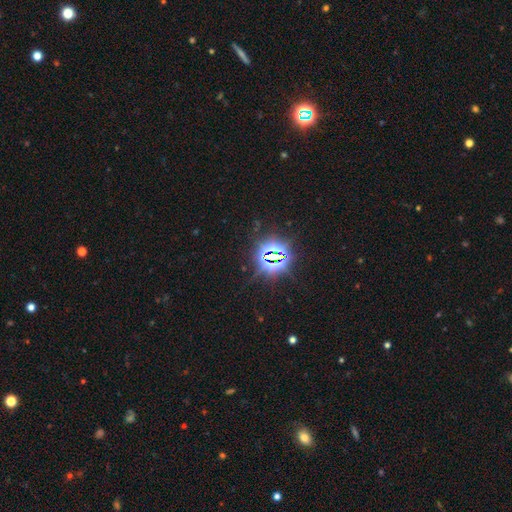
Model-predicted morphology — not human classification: Smooth or featured? star or artifact (83%)